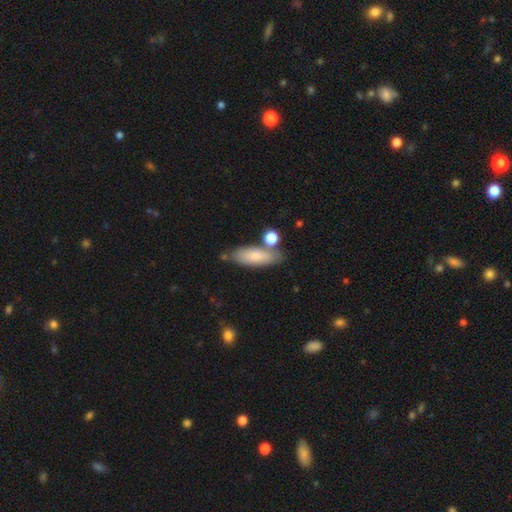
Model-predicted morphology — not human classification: Smooth or featured: smooth — 80% (featured or disk — 14%)
How rounded: in between — 57% (cigar-shaped — 40%)
Merging: none — 69% (minor disturbance — 15%)